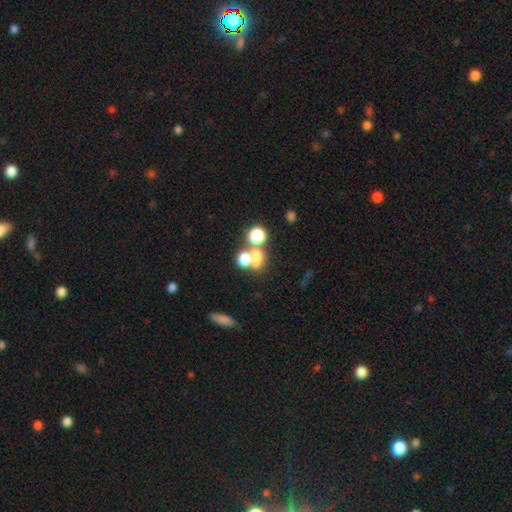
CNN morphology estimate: Smooth or featured: smooth — 59% (star or artifact — 23%)
How rounded: round — 73% (in between — 25%)
Merging: merger — 50% (none — 38%)